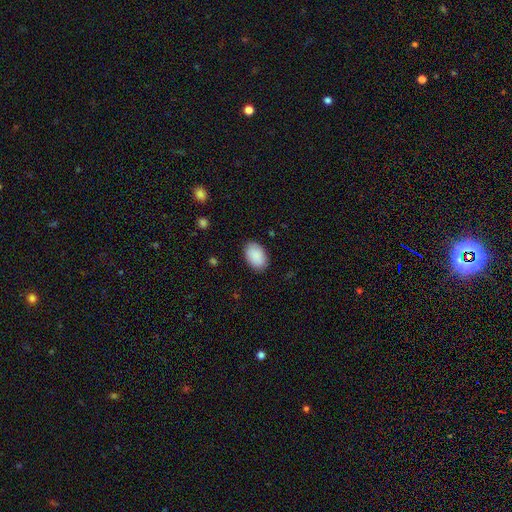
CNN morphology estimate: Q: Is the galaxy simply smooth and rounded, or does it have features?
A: smooth — 91%.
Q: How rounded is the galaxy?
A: in between — 91%.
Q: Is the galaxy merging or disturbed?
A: none — 87%.